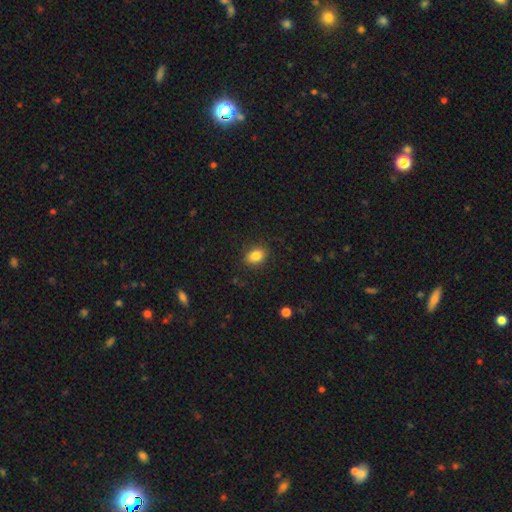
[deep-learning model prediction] Q: Smooth or featured?
A: smooth (84%); runner-up: star or artifact (9%)
Q: How rounded?
A: in between (75%); runner-up: round (23%)
Q: Merging?
A: none (86%); runner-up: minor disturbance (10%)